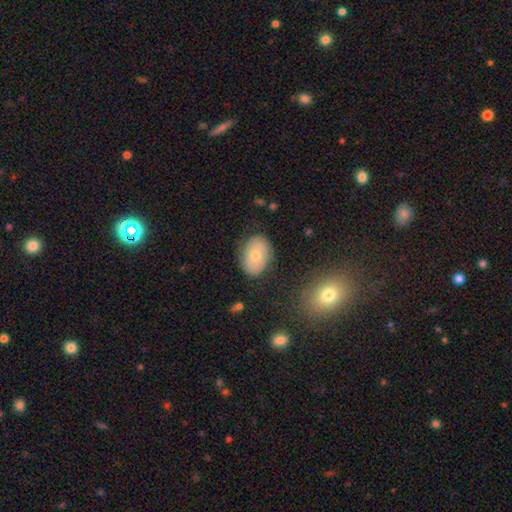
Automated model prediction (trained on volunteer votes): Q: Smooth or featured?
A: smooth (65%); runner-up: featured or disk (27%)
Q: How rounded?
A: in between (80%); runner-up: round (19%)
Q: Merging?
A: none (79%); runner-up: minor disturbance (16%)